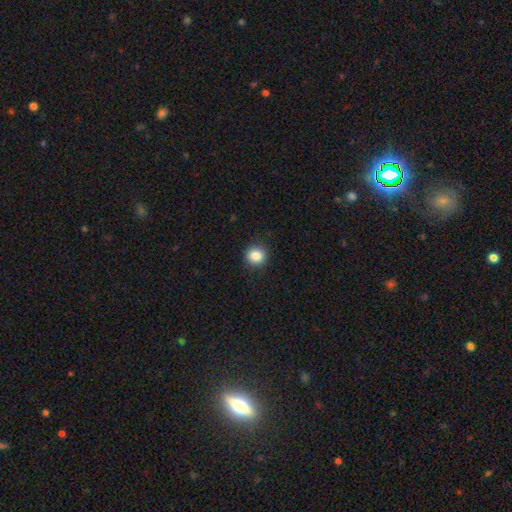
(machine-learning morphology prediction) The model was most divided on "smooth or featured": smooth: 86%, star or artifact: 10%, featured or disk: 4%. More confident: merging — none (91%); how rounded — round (90%).